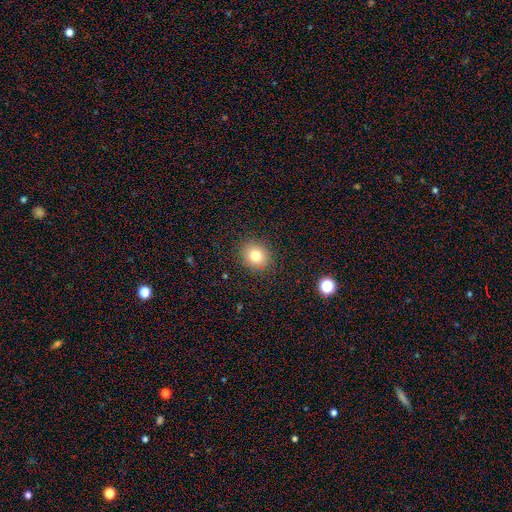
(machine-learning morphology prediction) A smooth galaxy with no disk features (79%) that is round (81%).

Vote fractions:
- Smooth or featured? smooth: 79% / star or artifact: 13% / featured or disk: 9%
- How rounded? round: 81% / in between: 18% / cigar-shaped: 1%
- Merging? none: 88% / minor disturbance: 8% / major disturbance: 3% / merger: 1%